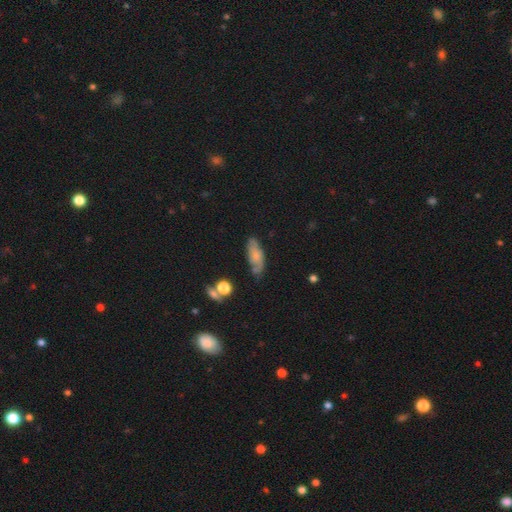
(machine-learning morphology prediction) type=smooth (52%); roundness=in between (76%); merging=none (65%).